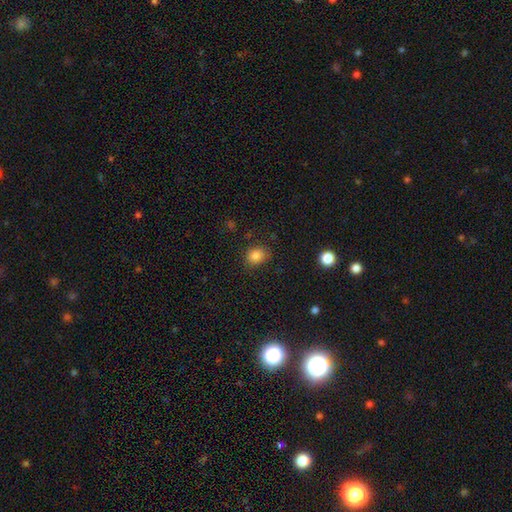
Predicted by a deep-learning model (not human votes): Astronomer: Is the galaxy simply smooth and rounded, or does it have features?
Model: smooth — 84%.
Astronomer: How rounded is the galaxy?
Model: round — 55% (runner-up: in between, 44%).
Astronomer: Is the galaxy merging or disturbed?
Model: none — 80%.